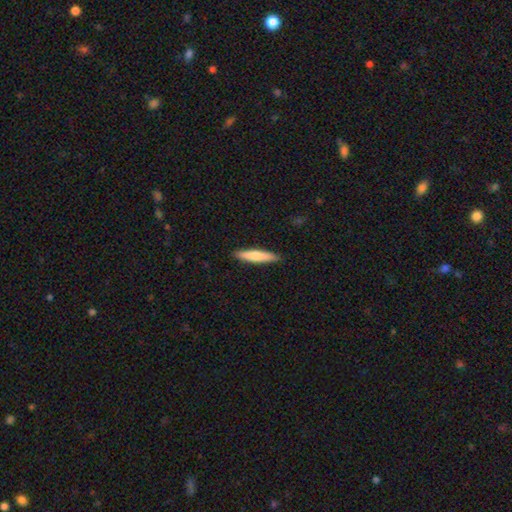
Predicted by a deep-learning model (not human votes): This appears to be a smooth galaxy with no disk features (75%) that is cigar-shaped (87%). Merging: none (90%).